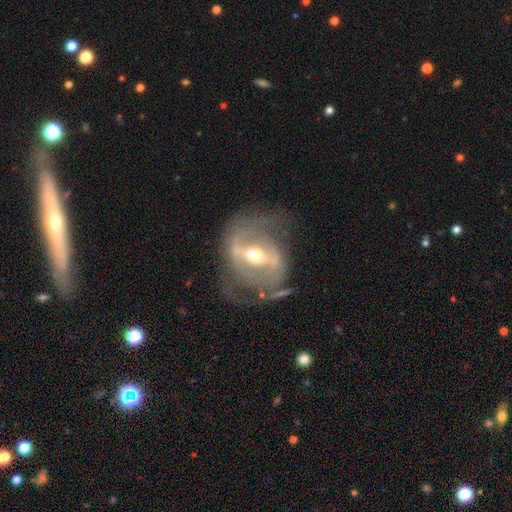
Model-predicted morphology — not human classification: Overall: featured or disk (86%). Edge-on disk: no (93%). Bar: strong (63%; weak 28%). Spiral arms: yes (78%). Spiral arm count: 2 (68%). Spiral winding: medium (43%; tight 30%). Bulge size: moderate (64%; small 30%). Merging: none (58%; minor disturbance 20%).